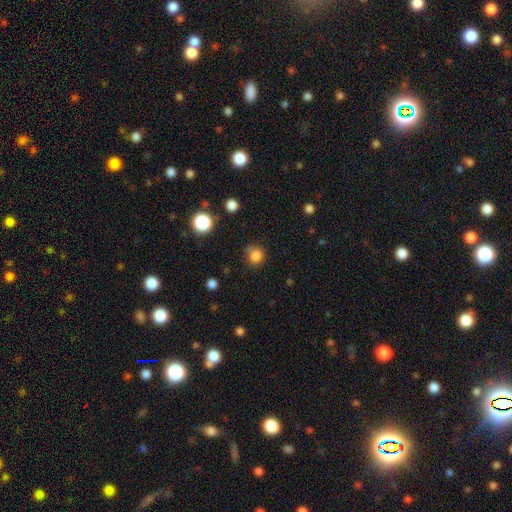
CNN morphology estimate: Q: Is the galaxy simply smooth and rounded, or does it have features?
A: smooth — 82%.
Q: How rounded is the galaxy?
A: round — 89%.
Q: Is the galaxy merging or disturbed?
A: none — 77%.